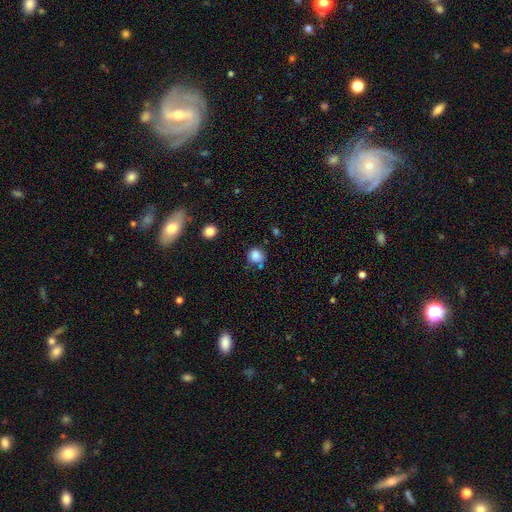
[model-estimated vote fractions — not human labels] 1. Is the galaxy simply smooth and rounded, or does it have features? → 84% smooth, 11% star or artifact, 5% featured or disk.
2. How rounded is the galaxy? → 89% round, 10% in between, 1% cigar-shaped.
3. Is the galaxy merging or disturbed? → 69% none, 18% minor disturbance, 8% merger, 5% major disturbance.